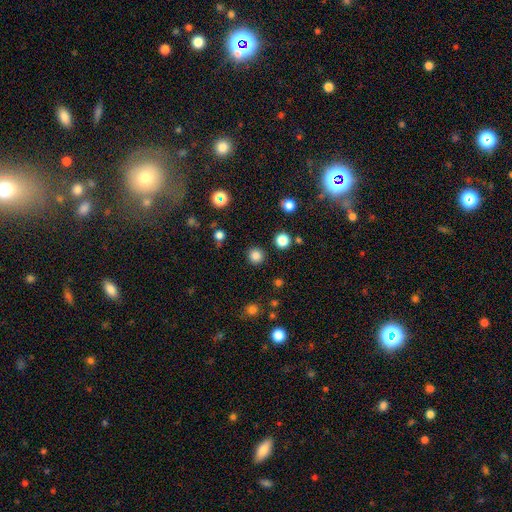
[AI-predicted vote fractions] The model was most divided on "smooth or featured": smooth: 83%, star or artifact: 13%, featured or disk: 4%. More confident: how rounded — round (95%); merging — none (92%).